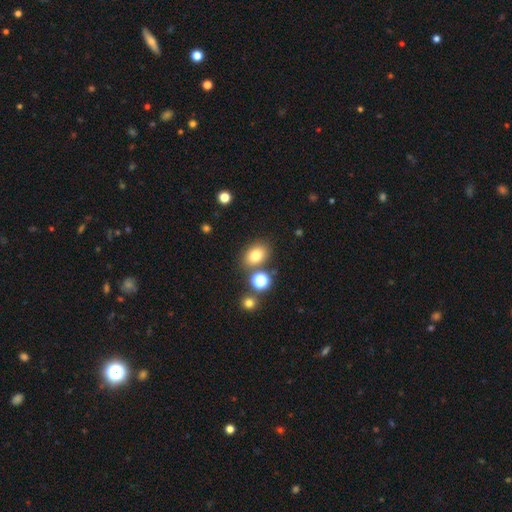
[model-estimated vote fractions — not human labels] This is likely a smooth galaxy (77%). How rounded: likely in between (65%). Merging: likely none (75%).